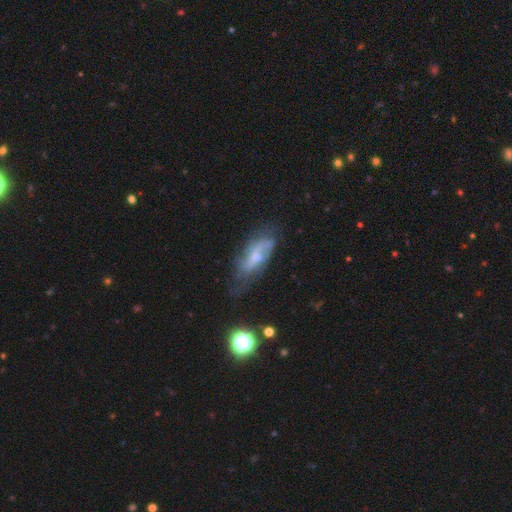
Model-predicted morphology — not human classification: A featured or disk galaxy (56%). Merging: none (45%).